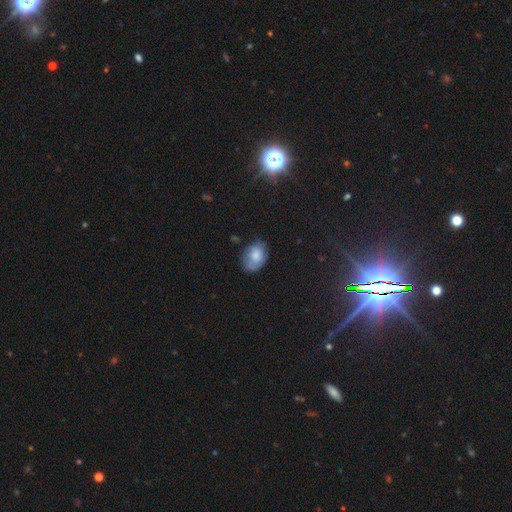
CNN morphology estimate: Q: Smooth or featured?
A: smooth (71%); runner-up: featured or disk (20%)
Q: How rounded?
A: in between (72%); runner-up: round (27%)
Q: Merging?
A: none (54%); runner-up: minor disturbance (33%)